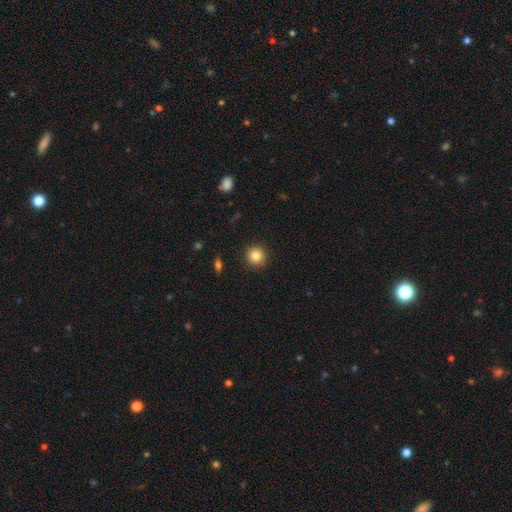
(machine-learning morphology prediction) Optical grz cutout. It shows a smooth galaxy with no disk features (84%) that is round (94%). Merging: none (92%).